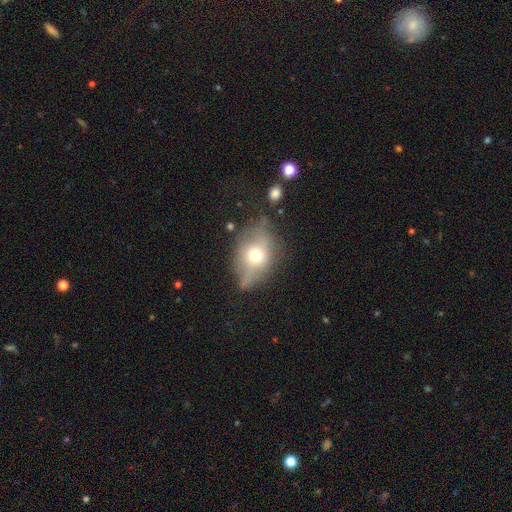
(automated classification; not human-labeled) This appears to be a smooth galaxy with no disk features (49%). Merging: none (55%).